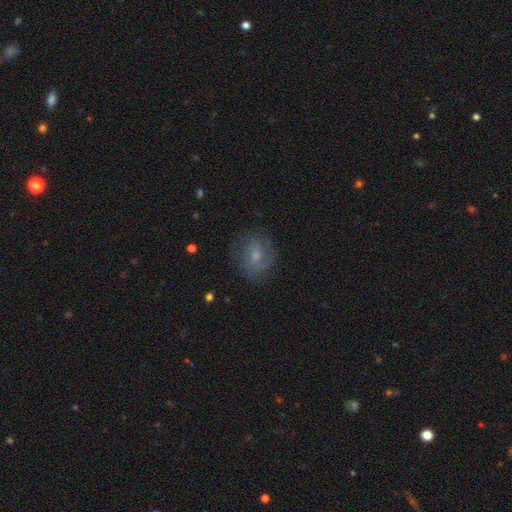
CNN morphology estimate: Smooth or featured: featured or disk — 51% (smooth — 38%)
Edge-on disk: no — 96% (yes — 4%)
Merging: none — 72% (minor disturbance — 18%)